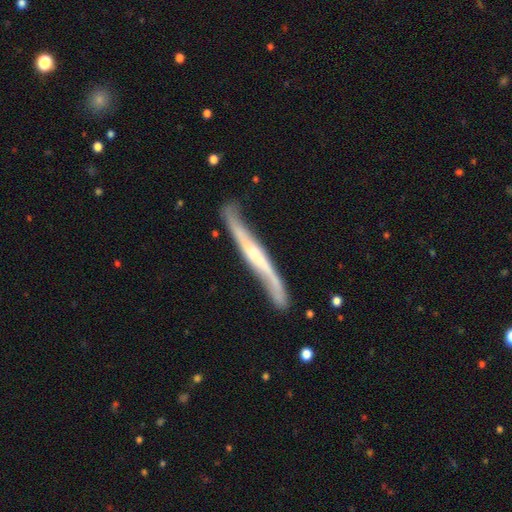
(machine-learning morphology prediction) type=featured or disk (78%); edge-on=yes (71%); edge-on bulge=none (42%); merging=none (67%).